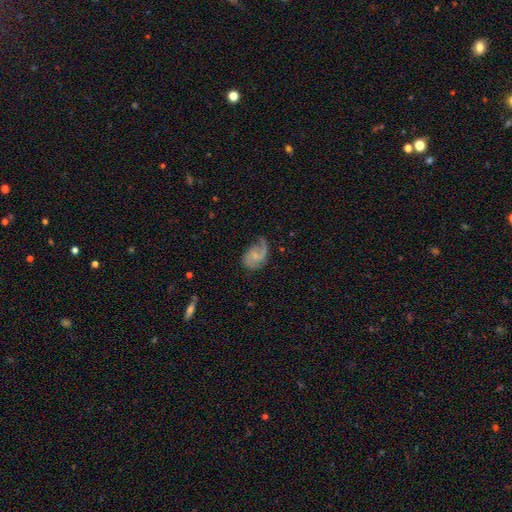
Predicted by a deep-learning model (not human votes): A featured or disk galaxy (75%) with no bar (62%), 2 (59%) medium (44%) spiral arms (93%) and a small central bulge (61%). Merging: none (51%).